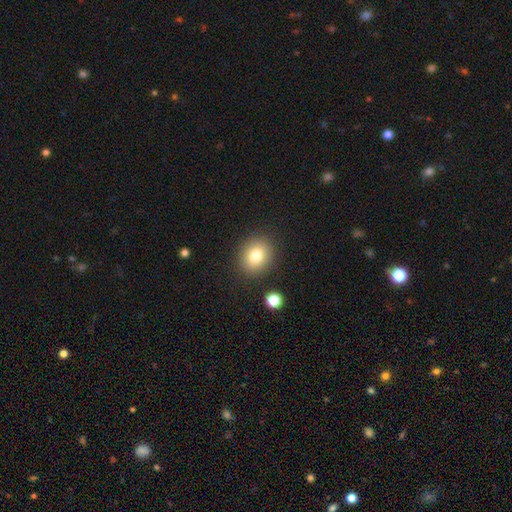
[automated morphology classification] The model was most divided on "how rounded": round: 69%, in between: 30%, cigar-shaped: 1%. More confident: merging — none (86%); smooth or featured — smooth (80%).